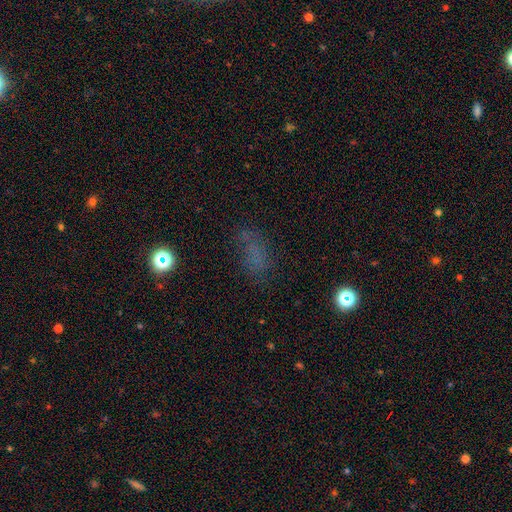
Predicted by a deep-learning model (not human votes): Smooth or featured? Predicted: smooth (p=0.53). How rounded? Predicted: in between (p=0.77). Merging? Predicted: none (p=0.56).